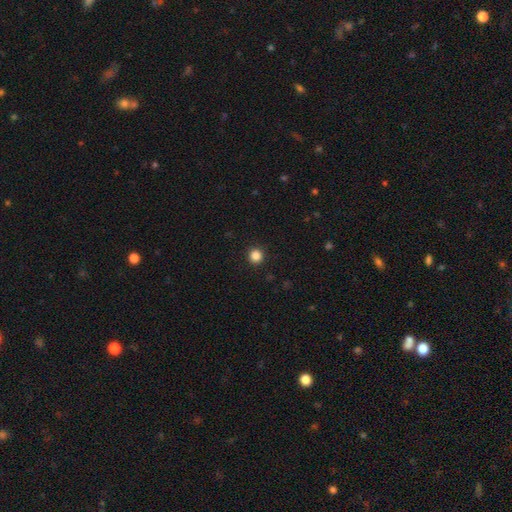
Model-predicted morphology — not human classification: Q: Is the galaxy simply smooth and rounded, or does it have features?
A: smooth — 86%.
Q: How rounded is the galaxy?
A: round — 93%.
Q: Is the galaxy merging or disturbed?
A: none — 93%.